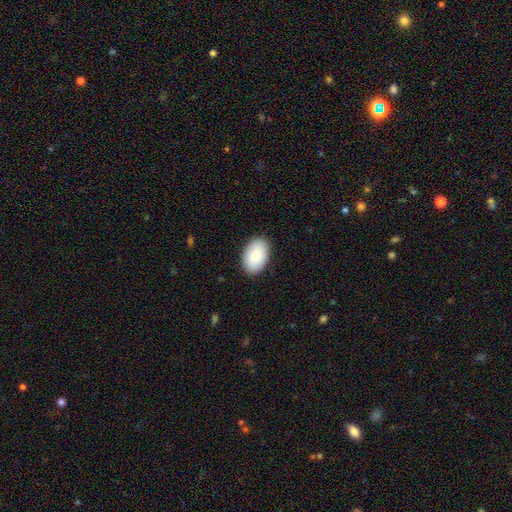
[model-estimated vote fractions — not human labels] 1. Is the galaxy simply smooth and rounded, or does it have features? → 84% smooth, 9% featured or disk, 6% star or artifact.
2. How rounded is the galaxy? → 92% in between, 7% round, 1% cigar-shaped.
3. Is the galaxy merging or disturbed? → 88% none, 9% minor disturbance, 2% major disturbance, 1% merger.